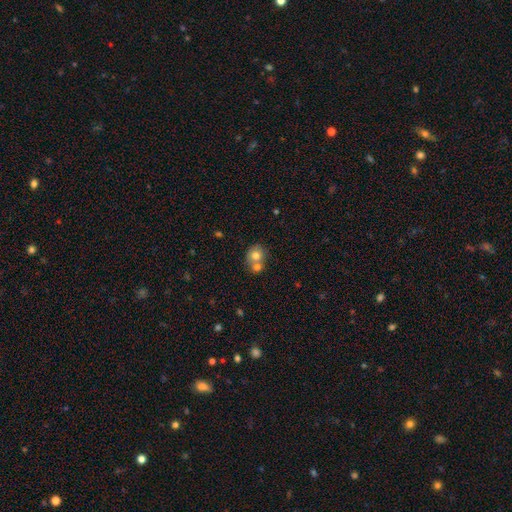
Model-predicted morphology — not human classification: smooth-or-featured: smooth: 74% | featured or disk: 17% | star or artifact: 9%
  how-rounded: round: 72% | in between: 27% | cigar-shaped: 1%
  merging: merger: 51% | none: 38% | minor disturbance: 8% | major disturbance: 3%